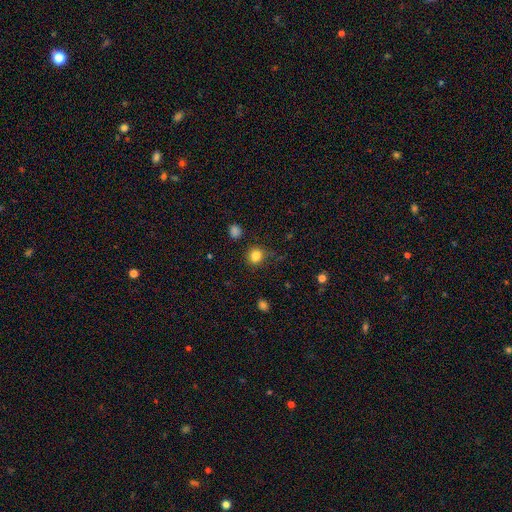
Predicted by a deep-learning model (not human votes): smooth-or-featured: smooth: 83% | star or artifact: 12% | featured or disk: 4%
  how-rounded: round: 80% | in between: 19% | cigar-shaped: 1%
  merging: none: 78% | minor disturbance: 15% | major disturbance: 4% | merger: 3%